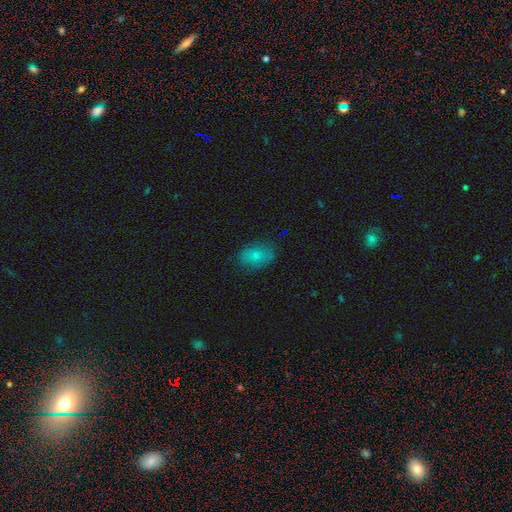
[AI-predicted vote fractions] Overall: smooth (74%). How rounded: in between (82%). Merging: none (76%).